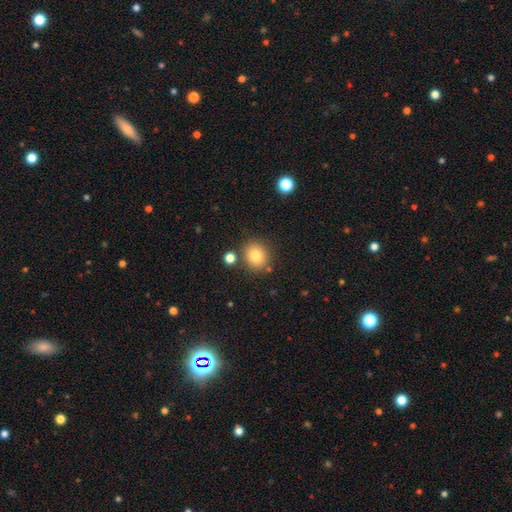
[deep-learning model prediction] A smooth galaxy with no disk features (80%) that is round (74%).

Vote fractions:
- Smooth or featured? smooth: 80% / star or artifact: 11% / featured or disk: 9%
- How rounded? round: 74% / in between: 25% / cigar-shaped: 1%
- Merging? none: 81% / minor disturbance: 10% / merger: 7% / major disturbance: 3%